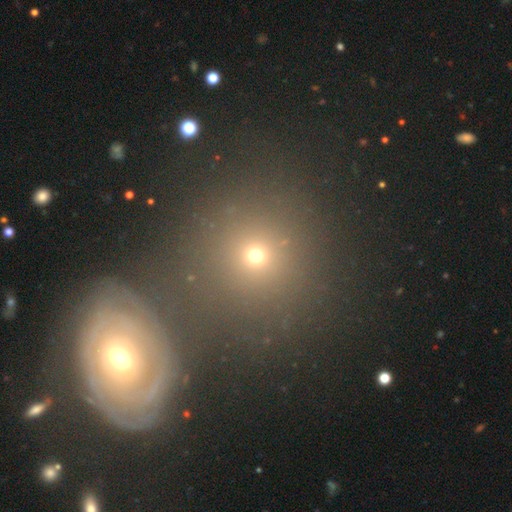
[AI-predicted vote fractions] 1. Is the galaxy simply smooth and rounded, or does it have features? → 59% smooth, 26% star or artifact, 15% featured or disk.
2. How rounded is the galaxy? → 89% round, 10% in between, 1% cigar-shaped.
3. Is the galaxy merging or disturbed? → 69% none, 18% merger, 8% minor disturbance, 5% major disturbance.